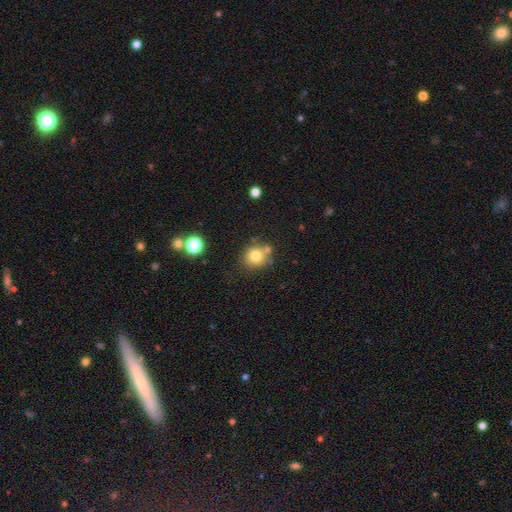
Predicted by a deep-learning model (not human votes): A smooth galaxy with no disk features (78%) that is round (87%). Merging: none (69%).